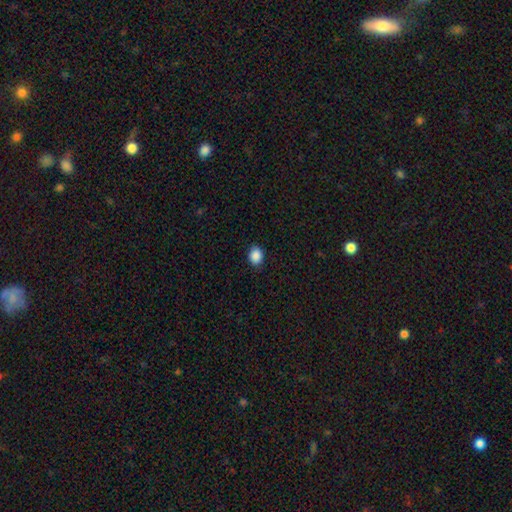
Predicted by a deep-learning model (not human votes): Smooth or featured? Predicted: smooth (p=0.89). How rounded? Predicted: in between (p=0.54). Merging? Predicted: none (p=0.88).